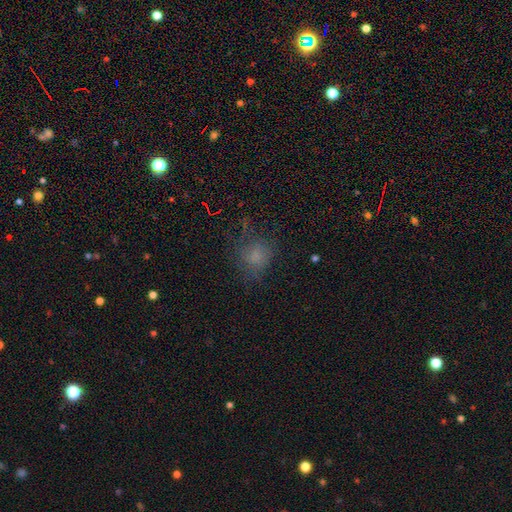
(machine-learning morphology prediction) A smooth galaxy with no disk features (66%) that is round (72%). Merging: none (60%).